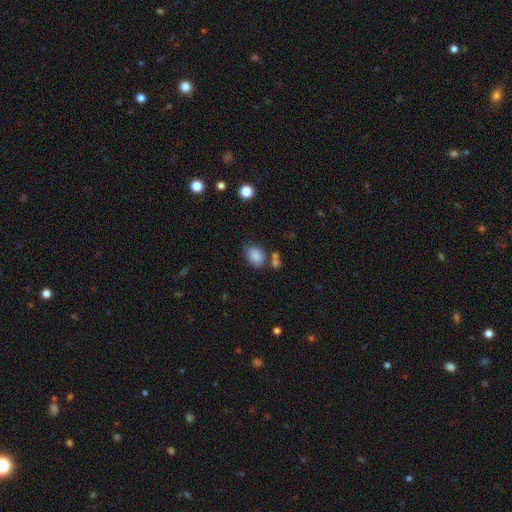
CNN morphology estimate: Q: Smooth or featured?
A: smooth (86%); runner-up: star or artifact (9%)
Q: How rounded?
A: in between (70%); runner-up: round (29%)
Q: Merging?
A: none (64%); runner-up: minor disturbance (18%)